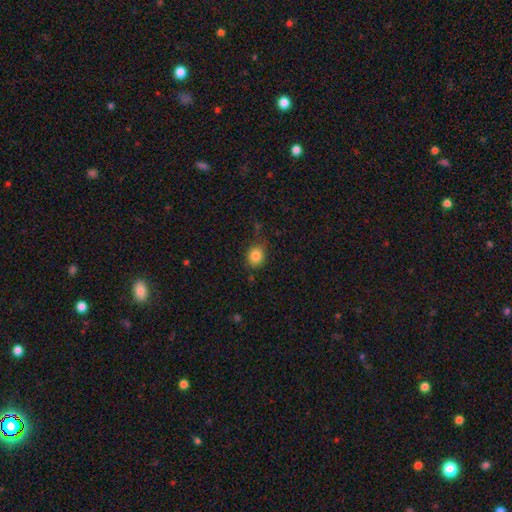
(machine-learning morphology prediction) Smooth or featured: smooth — 83% (star or artifact — 10%)
How rounded: round — 66% (in between — 33%)
Merging: none — 78% (minor disturbance — 16%)